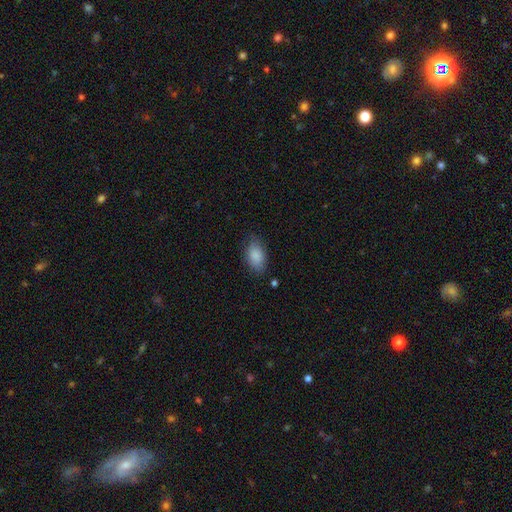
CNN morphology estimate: A smooth galaxy with no disk features (87%) that is in between round and cigar-shaped (91%).

Vote fractions:
- Smooth or featured? smooth: 87% / star or artifact: 7% / featured or disk: 6%
- How rounded? in between: 91% / round: 6% / cigar-shaped: 2%
- Merging? none: 78% / minor disturbance: 17% / major disturbance: 4% / merger: 1%